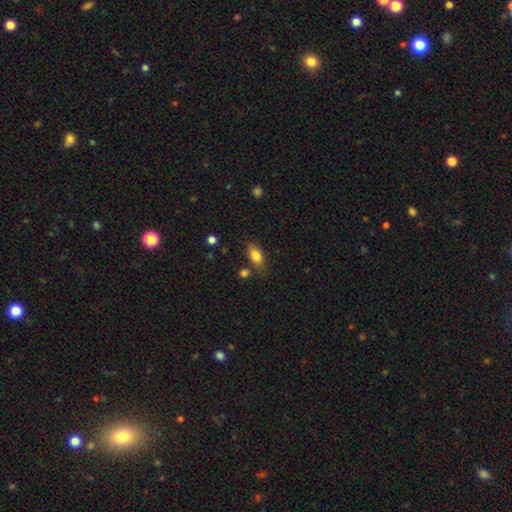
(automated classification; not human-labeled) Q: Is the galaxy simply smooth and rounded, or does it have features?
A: smooth — 79%.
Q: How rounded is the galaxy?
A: in between — 85%.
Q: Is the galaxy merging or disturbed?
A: none — 72%.